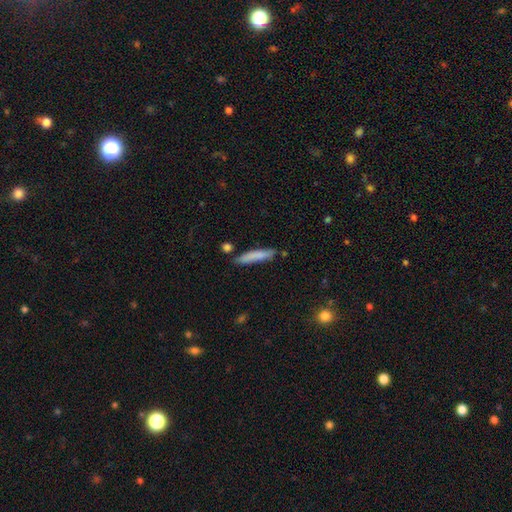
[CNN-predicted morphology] smooth_or_featured: smooth (p=0.78) [alt: featured or disk p=0.16]
how_rounded: cigar-shaped (p=0.89) [alt: in between p=0.10]
merging: none (p=0.77) [alt: minor disturbance p=0.16]